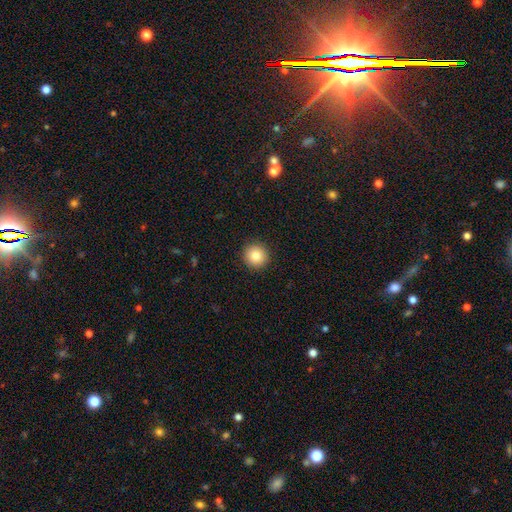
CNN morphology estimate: This appears to be a smooth galaxy with no disk features (83%) that is round (95%). Merging: none (92%).